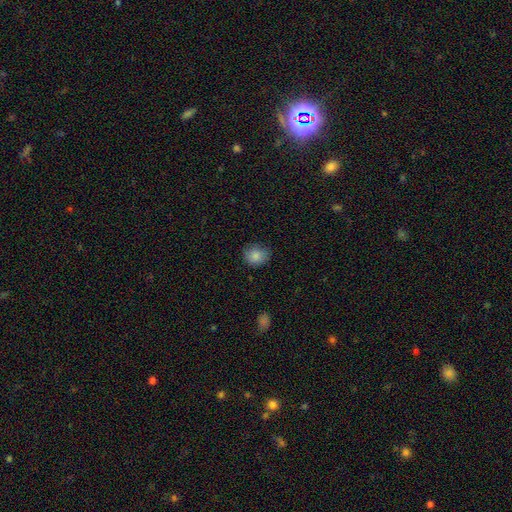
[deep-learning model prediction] smooth 85%, star or artifact 9%, featured or disk 6%. Down the decision tree: how rounded — round (73%); merging — none (77%).